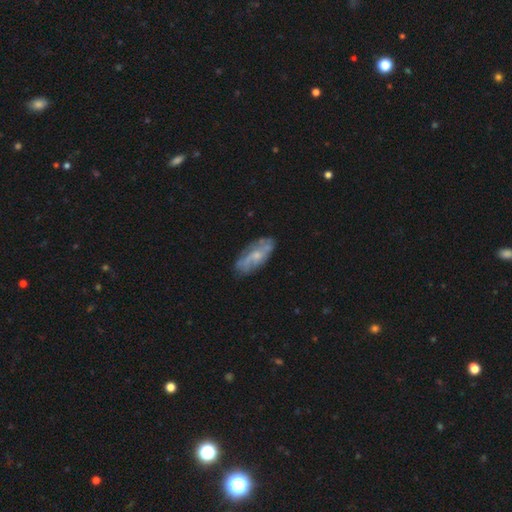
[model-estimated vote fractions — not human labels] A featured or disk galaxy (57%). Merging: none (69%).